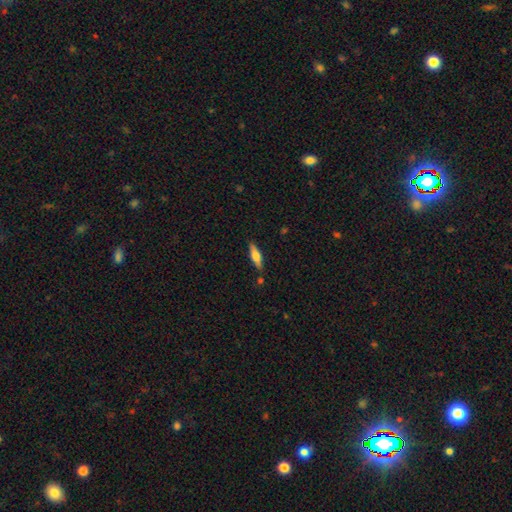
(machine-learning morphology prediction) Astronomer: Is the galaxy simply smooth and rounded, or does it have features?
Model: smooth — 55% (runner-up: featured or disk, 39%).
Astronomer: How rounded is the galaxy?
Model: cigar-shaped — 67%.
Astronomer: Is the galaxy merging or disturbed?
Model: none — 83%.